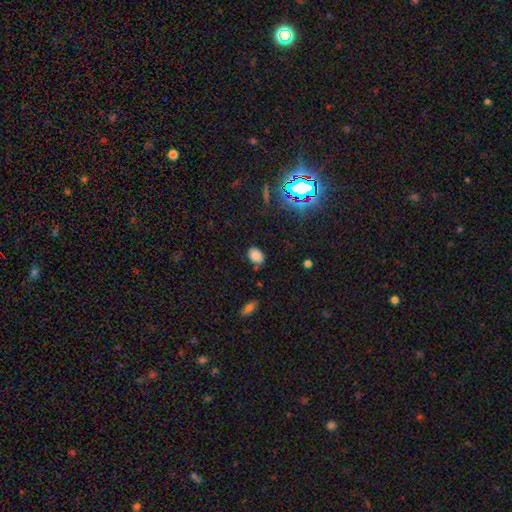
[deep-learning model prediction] Smooth or featured? Predicted: smooth (p=0.79). How rounded? Predicted: in between (p=0.74). Merging? Predicted: none (p=0.73).